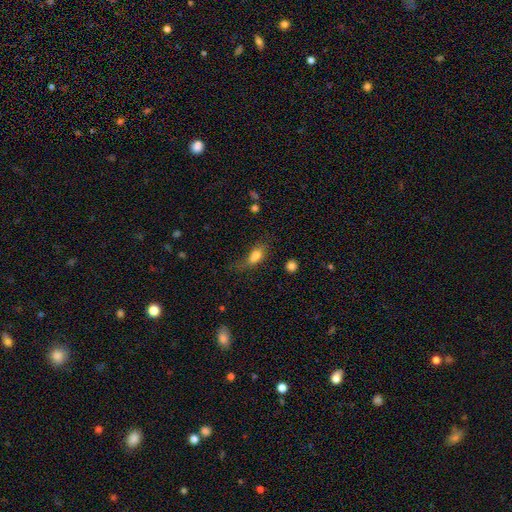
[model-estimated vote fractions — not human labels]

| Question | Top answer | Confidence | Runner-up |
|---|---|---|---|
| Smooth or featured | smooth | 73% | featured or disk (15%) |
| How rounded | in between | 76% | round (14%) |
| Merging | none | 34% | major disturbance (26%) |